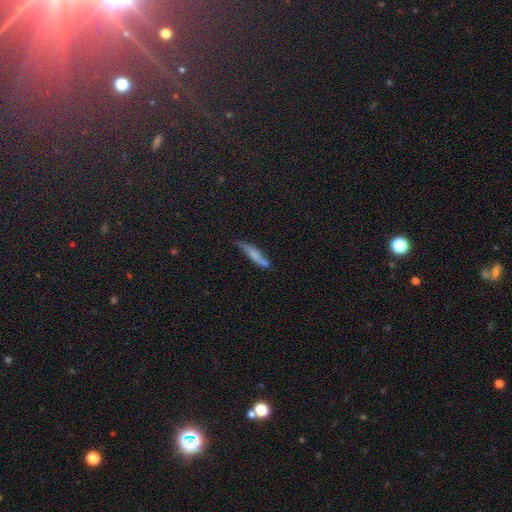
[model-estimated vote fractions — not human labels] A smooth galaxy with no disk features (56%) that is cigar-shaped (85%).

Vote fractions:
- Smooth or featured? smooth: 56% / featured or disk: 35% / star or artifact: 9%
- How rounded? cigar-shaped: 85% / in between: 13% / round: 2%
- Merging? none: 55% / minor disturbance: 28% / major disturbance: 9% / merger: 8%